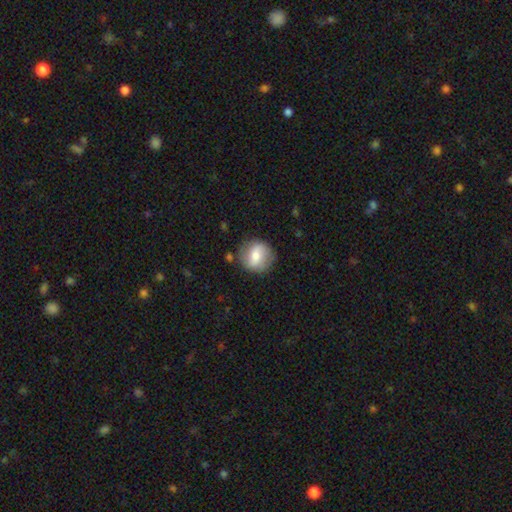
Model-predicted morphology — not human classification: Smooth or featured?
  - smooth: 63% *
  - featured or disk: 30%
  - star or artifact: 7%
How rounded?
  - round: 87% *
  - in between: 12%
  - cigar-shaped: 1%
Merging?
  - none: 80% *
  - minor disturbance: 13%
  - major disturbance: 4%
  - merger: 2%